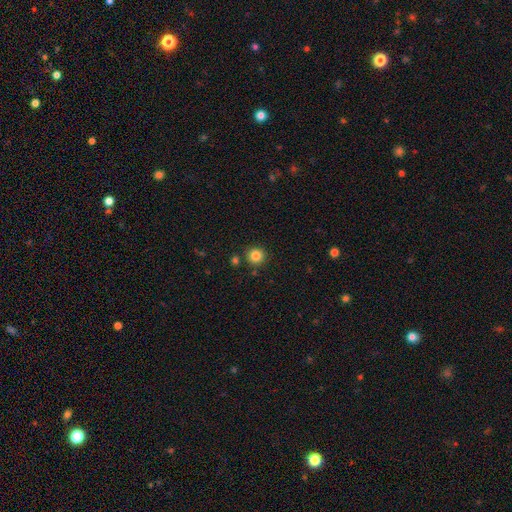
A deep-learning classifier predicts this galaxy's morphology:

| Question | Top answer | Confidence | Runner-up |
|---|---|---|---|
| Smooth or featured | smooth | 84% | star or artifact (11%) |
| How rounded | round | 94% | in between (5%) |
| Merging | none | 87% | minor disturbance (7%) |